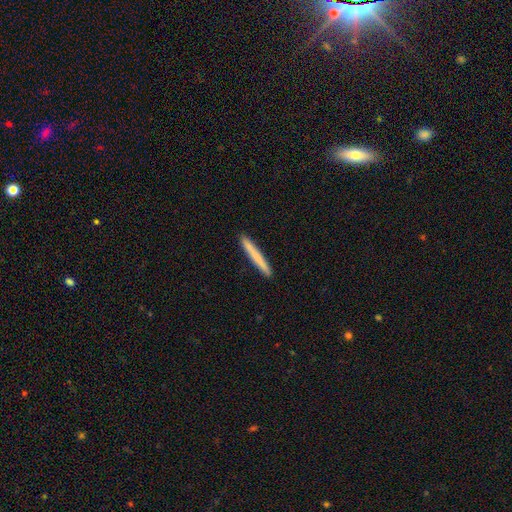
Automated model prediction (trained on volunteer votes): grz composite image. It shows a smooth galaxy with no disk features (73%) that is cigar-shaped (97%). Merging: none (92%).